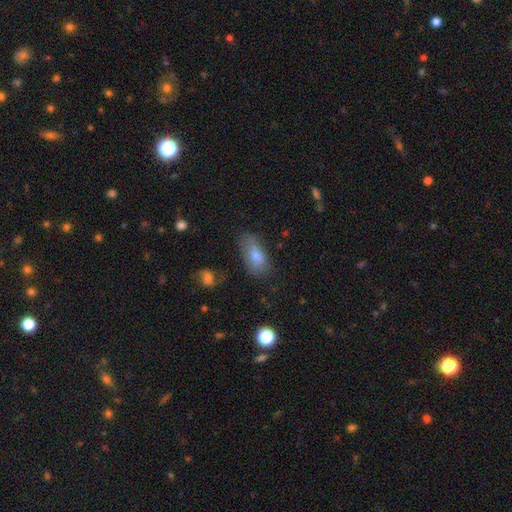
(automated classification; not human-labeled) Smooth or featured: smooth — 70% (featured or disk — 18%)
How rounded: in between — 84% (cigar-shaped — 9%)
Merging: none — 58% (minor disturbance — 28%)